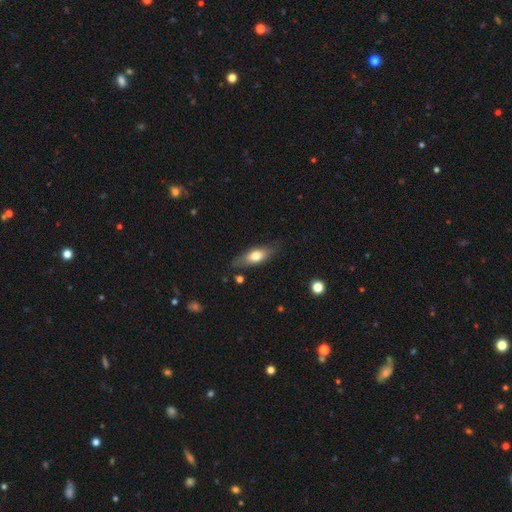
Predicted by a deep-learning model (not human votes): Smooth or featured? smooth (62%)
How rounded? in between (63%)
Merging? none (79%)